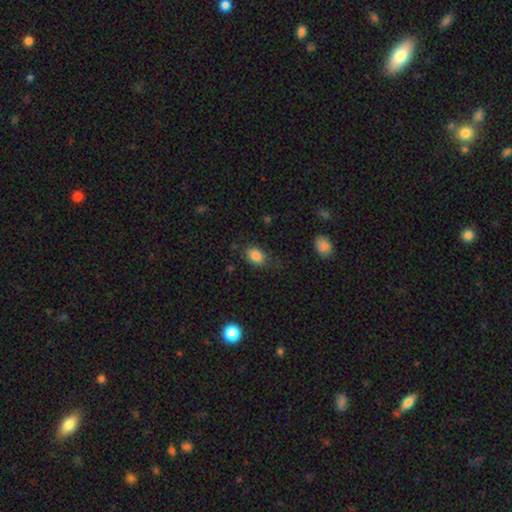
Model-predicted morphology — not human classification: A smooth galaxy with no disk features (85%) that is in between round and cigar-shaped (76%).

Vote fractions:
- Smooth or featured? smooth: 85% / star or artifact: 10% / featured or disk: 6%
- How rounded? in between: 76% / round: 23% / cigar-shaped: 1%
- Merging? none: 75% / minor disturbance: 18% / major disturbance: 5% / merger: 2%